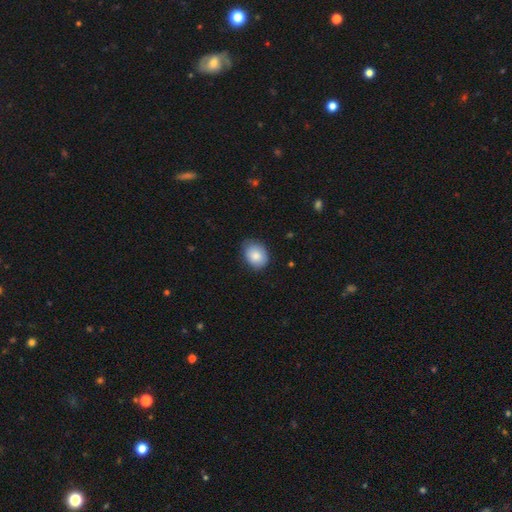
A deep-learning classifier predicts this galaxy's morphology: Smooth or featured? Predicted: smooth (p=0.85). How rounded? Predicted: in between (p=0.62). Merging? Predicted: none (p=0.75).